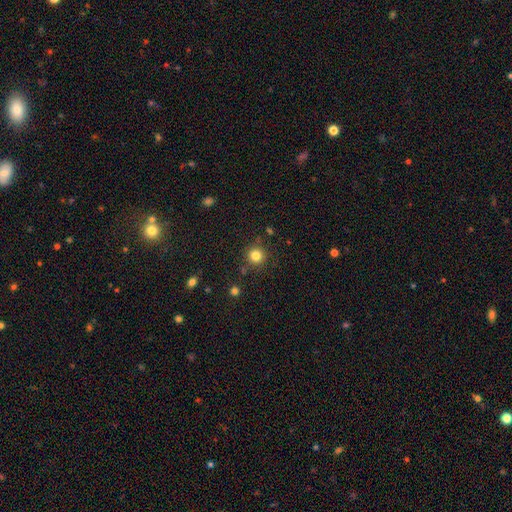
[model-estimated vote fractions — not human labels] The model was most divided on "smooth or featured": smooth: 82%, star or artifact: 13%, featured or disk: 5%. More confident: how rounded — round (93%); merging — none (85%).